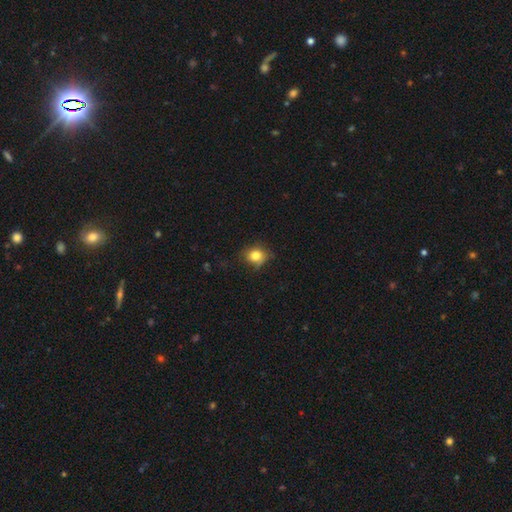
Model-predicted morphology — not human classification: Q: Smooth or featured?
A: smooth (80%); runner-up: star or artifact (11%)
Q: How rounded?
A: round (70%); runner-up: in between (29%)
Q: Merging?
A: none (67%); runner-up: minor disturbance (25%)